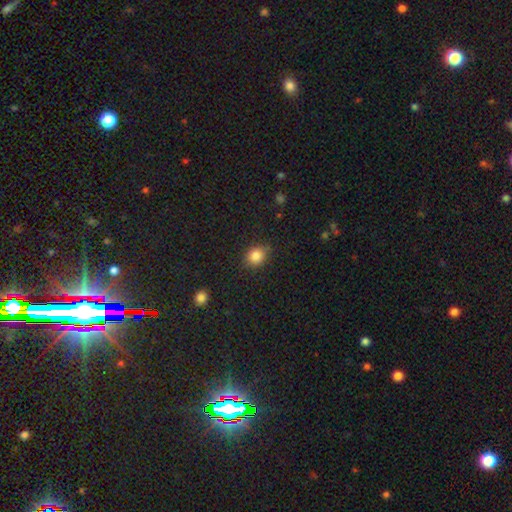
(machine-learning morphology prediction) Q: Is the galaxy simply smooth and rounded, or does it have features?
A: smooth — 84%.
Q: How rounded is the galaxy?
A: round — 61%.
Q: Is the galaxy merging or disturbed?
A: none — 79%.